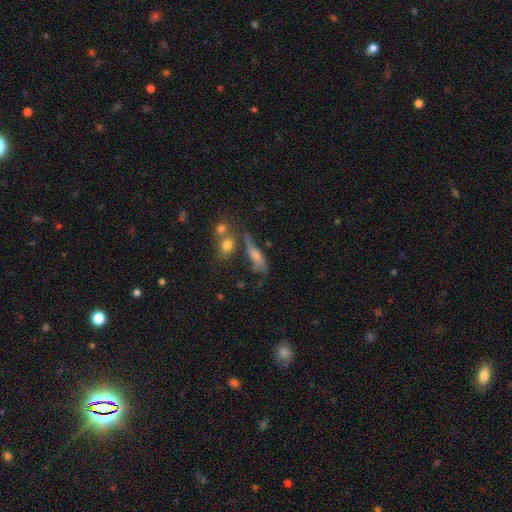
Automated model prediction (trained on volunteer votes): smooth 64%, featured or disk 26%, star or artifact 10%. Down the decision tree: how rounded — cigar-shaped (48%); merging — none (40%).